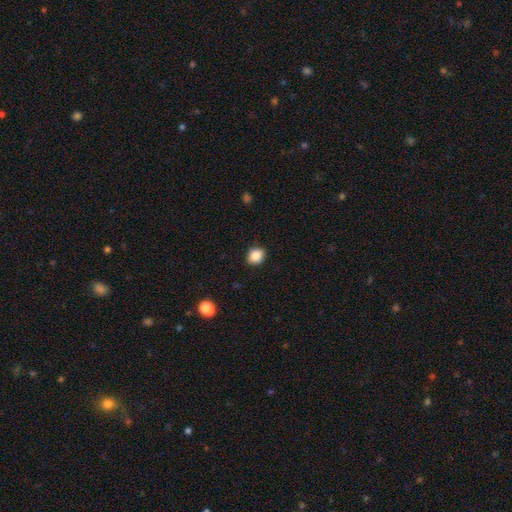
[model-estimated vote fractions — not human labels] Smooth or featured? Predicted: smooth (p=0.86). How rounded? Predicted: round (p=0.64). Merging? Predicted: none (p=0.87).